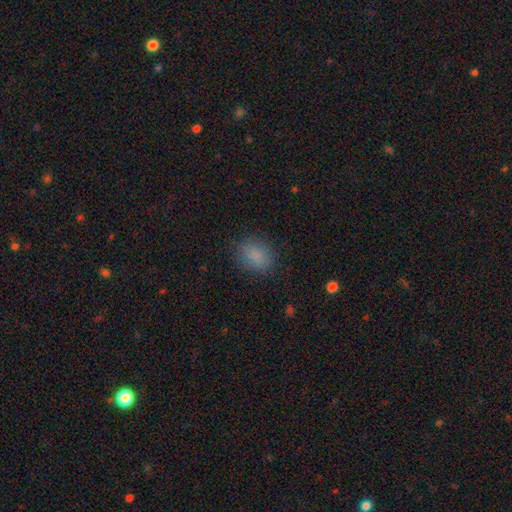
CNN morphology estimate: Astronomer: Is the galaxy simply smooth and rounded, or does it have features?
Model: smooth — 85%.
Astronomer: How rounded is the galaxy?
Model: in between — 58% (runner-up: round, 41%).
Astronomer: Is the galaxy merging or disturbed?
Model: none — 83%.